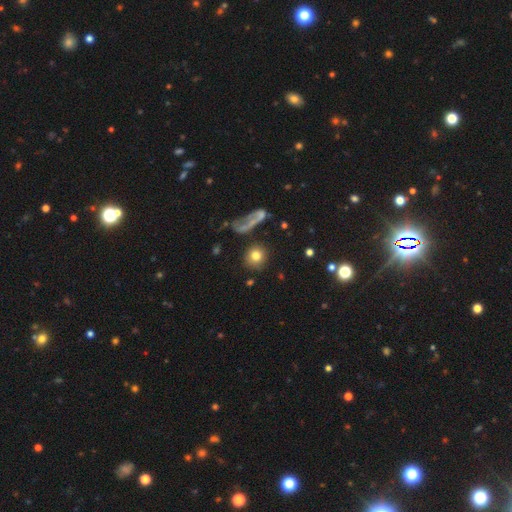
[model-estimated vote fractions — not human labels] This is likely a smooth galaxy (76%). How rounded: clearly round (87%). Merging: likely none (73%).